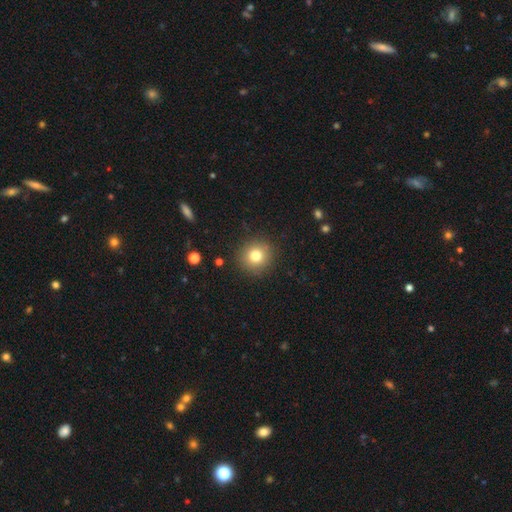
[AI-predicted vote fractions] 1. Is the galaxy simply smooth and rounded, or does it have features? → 79% smooth, 12% star or artifact, 9% featured or disk.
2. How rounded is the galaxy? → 92% round, 7% in between, 1% cigar-shaped.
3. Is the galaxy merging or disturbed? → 90% none, 7% minor disturbance, 2% major disturbance, 1% merger.